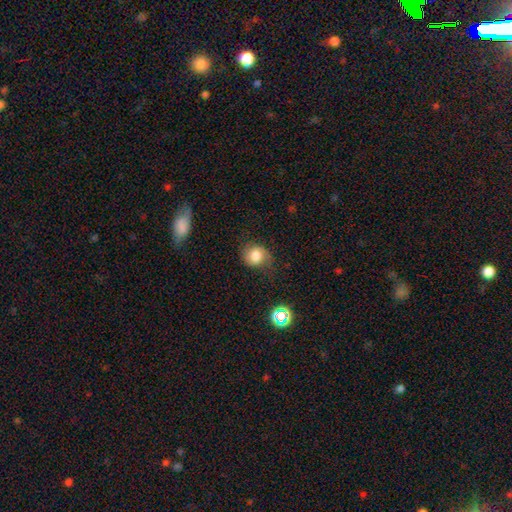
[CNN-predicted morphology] A smooth galaxy with no disk features (70%) that is round (75%). Merging: none (61%).